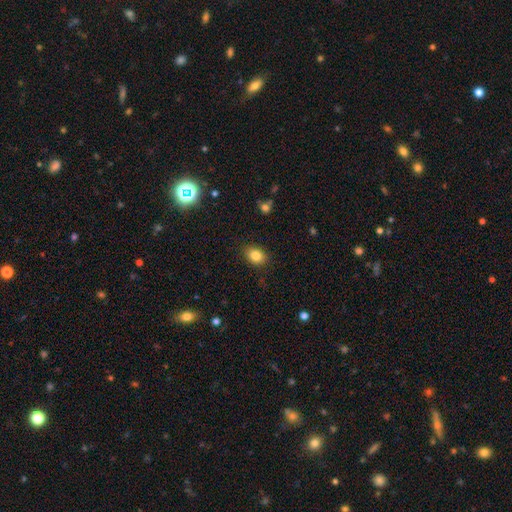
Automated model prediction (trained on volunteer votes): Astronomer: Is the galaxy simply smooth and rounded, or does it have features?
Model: smooth — 85%.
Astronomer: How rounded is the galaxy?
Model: in between — 62% (runner-up: round, 37%).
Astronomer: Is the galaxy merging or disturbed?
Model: none — 86%.